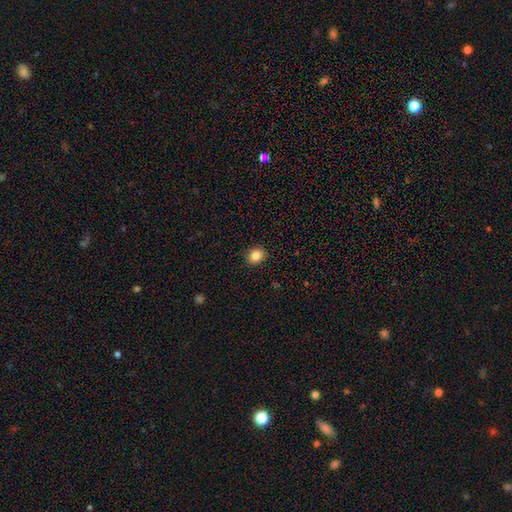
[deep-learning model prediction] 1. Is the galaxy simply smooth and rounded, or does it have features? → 84% smooth, 11% star or artifact, 5% featured or disk.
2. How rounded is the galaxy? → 77% round, 22% in between, 1% cigar-shaped.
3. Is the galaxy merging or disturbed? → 91% none, 7% minor disturbance, 2% major disturbance, 1% merger.